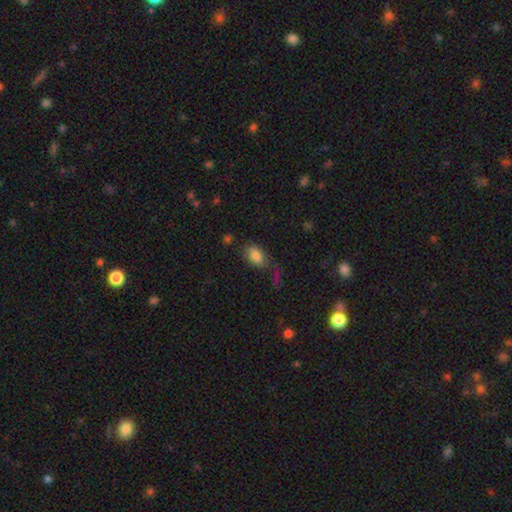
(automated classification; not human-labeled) This appears to be a smooth galaxy with no disk features (79%) that is in between round and cigar-shaped (90%). Merging: none (52%).